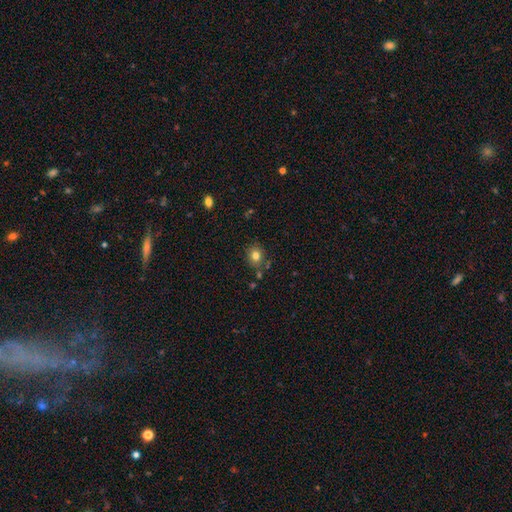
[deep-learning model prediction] Smooth or featured: smooth — 79% (star or artifact — 12%)
How rounded: round — 69% (in between — 30%)
Merging: none — 78% (minor disturbance — 13%)